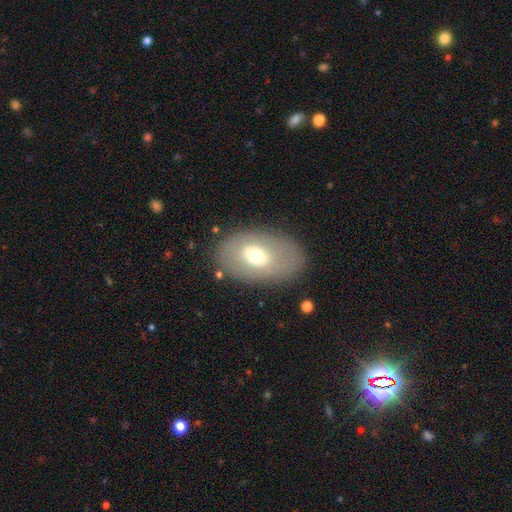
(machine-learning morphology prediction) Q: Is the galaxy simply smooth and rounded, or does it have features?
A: smooth — 54%.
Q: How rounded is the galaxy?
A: in between — 88%.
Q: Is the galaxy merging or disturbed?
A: none — 81%.